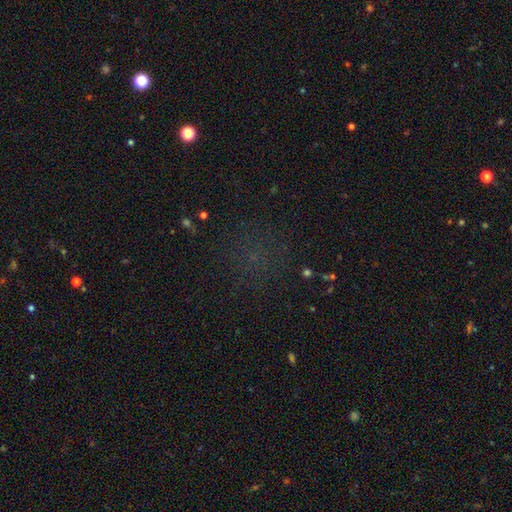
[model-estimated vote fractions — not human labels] Morphology: type=star or artifact (53%).